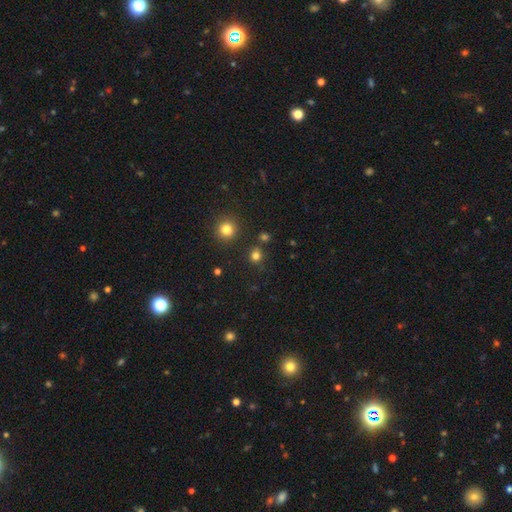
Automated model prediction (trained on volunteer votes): Smooth or featured? Predicted: smooth (p=0.77). How rounded? Predicted: round (p=0.87). Merging? Predicted: none (p=0.83).